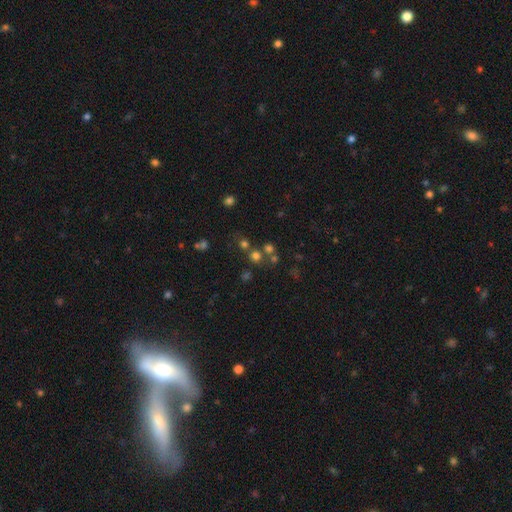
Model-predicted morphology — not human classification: Overall: smooth (61%; star or artifact 30%). How rounded: round (91%). Merging: none (66%).